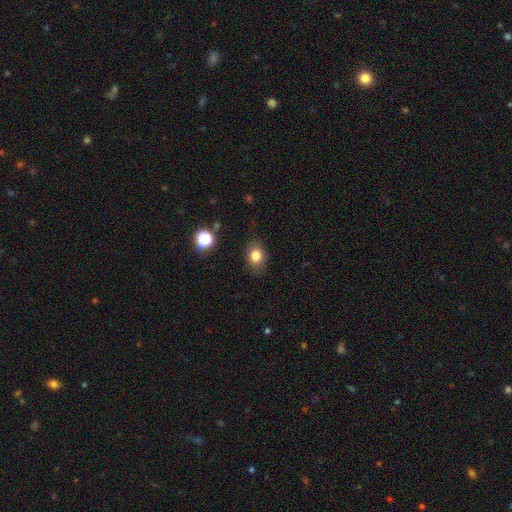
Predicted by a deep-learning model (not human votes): Morphology: type=smooth (81%); roundness=in between (56%); merging=none (83%).